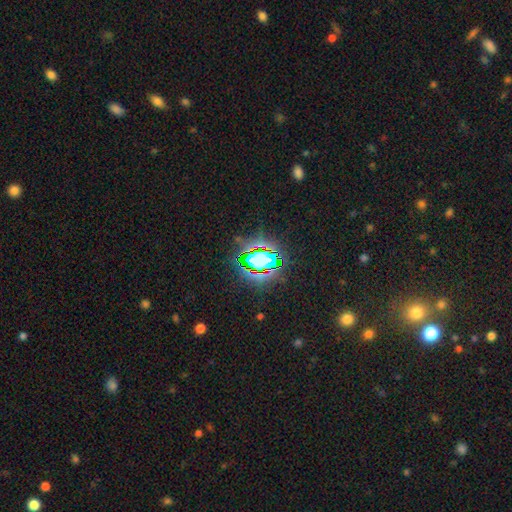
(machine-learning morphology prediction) star or artifact 80%, smooth 12%, featured or disk 8%.